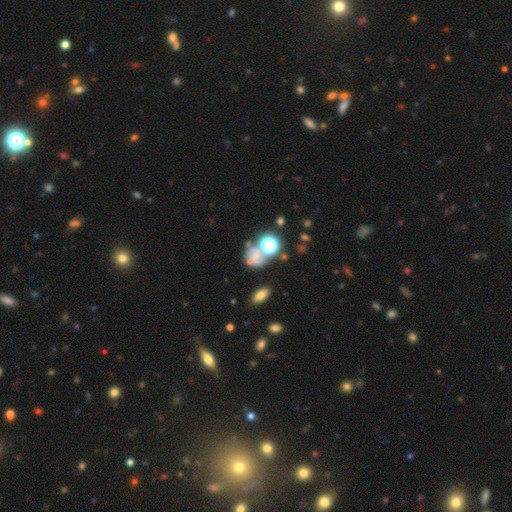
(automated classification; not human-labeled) Morphology: type=smooth (49%); merging=none (44%).